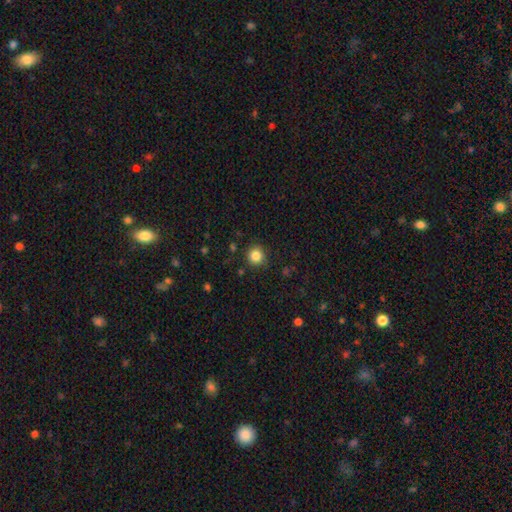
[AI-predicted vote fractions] This appears to be a smooth galaxy with no disk features (84%) that is round (92%). Merging: none (88%).